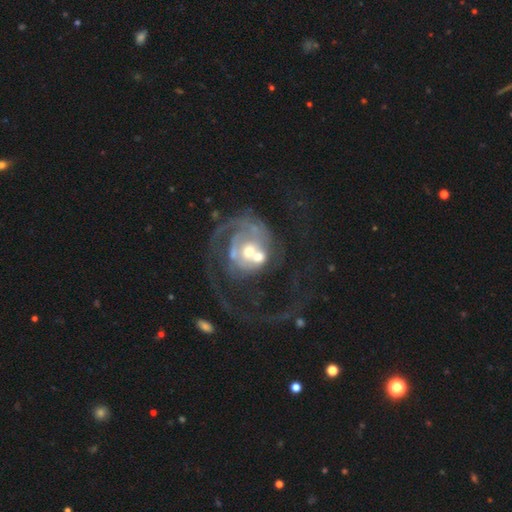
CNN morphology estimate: A featured or disk galaxy (80%) with no bar (72%), 1 (33%) loose (35%, tied with medium) spiral arms (80%) and a moderate central bulge (58%). Merging: merger (35%, tied with major disturbance).